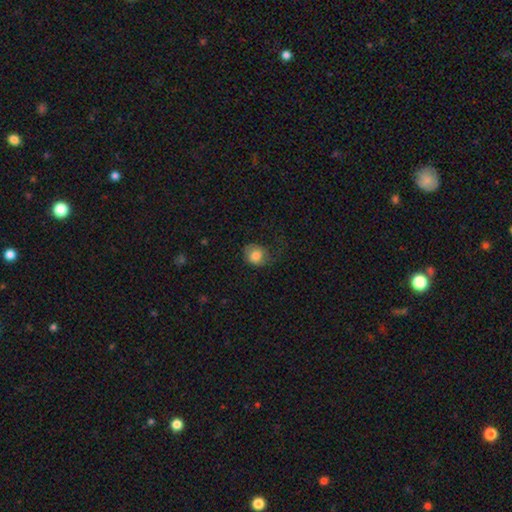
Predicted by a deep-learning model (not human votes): Smooth or featured? smooth (81%)
How rounded? round (71%)
Merging? none (50%)